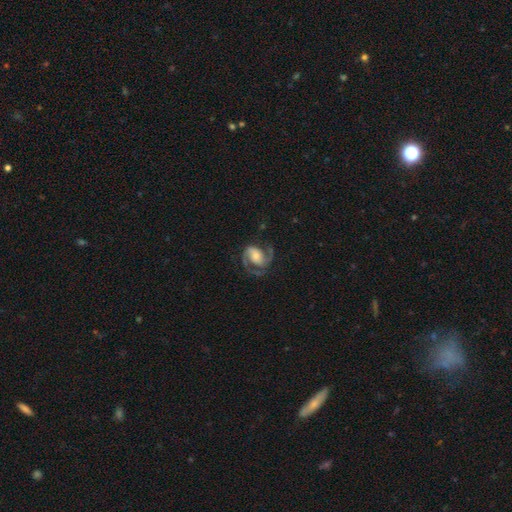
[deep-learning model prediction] Smooth or featured?
  - featured or disk: 86% *
  - smooth: 9%
  - star or artifact: 5%
Edge-on disk?
  - no: 98% *
  - yes: 2%
Bar?
  - no: 45% *
  - weak: 37%
  - strong: 18%
Spiral arms?
  - yes: 97% *
  - no: 3%
Spiral winding?
  - medium: 56% *
  - tight: 25%
  - loose: 19%
Spiral arm count?
  - 2: 88% *
  - 1: 5%
  - can't tell: 3%
  - 3: 2%
  - 4: 1%
  - more than 4: 1%
Bulge size?
  - moderate: 40% *
  - small: 33%
  - large: 17%
  - none: 8%
  - dominant: 3%
Merging?
  - none: 68% *
  - minor disturbance: 17%
  - major disturbance: 14%
  - merger: 2%